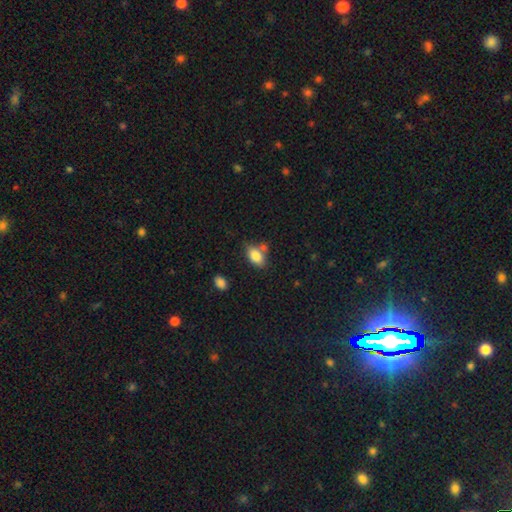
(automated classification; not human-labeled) Smooth or featured?
  - smooth: 84% *
  - featured or disk: 8%
  - star or artifact: 8%
How rounded?
  - in between: 90% *
  - round: 8%
  - cigar-shaped: 3%
Merging?
  - none: 58% *
  - merger: 19%
  - minor disturbance: 18%
  - major disturbance: 5%